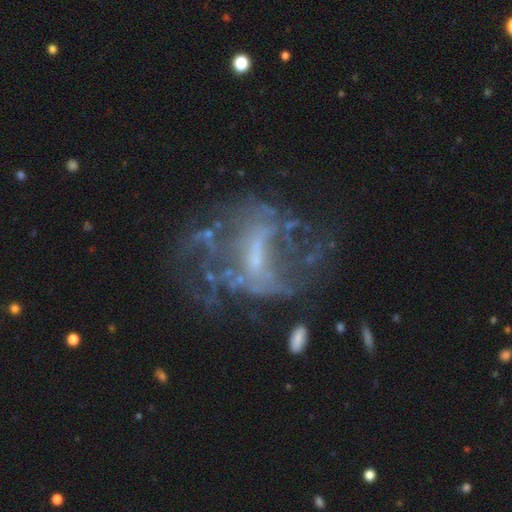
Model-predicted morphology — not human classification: Smooth or featured?
  - featured or disk: 75% *
  - star or artifact: 14%
  - smooth: 11%
Edge-on disk?
  - no: 97% *
  - yes: 3%
Bar?
  - weak: 43% *
  - no: 37%
  - strong: 19%
Spiral arms?
  - yes: 51% *
  - no: 49%
Bulge size?
  - small: 44% *
  - none: 32%
  - moderate: 21%
  - large: 3%
  - dominant: 1%
Merging?
  - none: 43% *
  - major disturbance: 35%
  - minor disturbance: 17%
  - merger: 6%